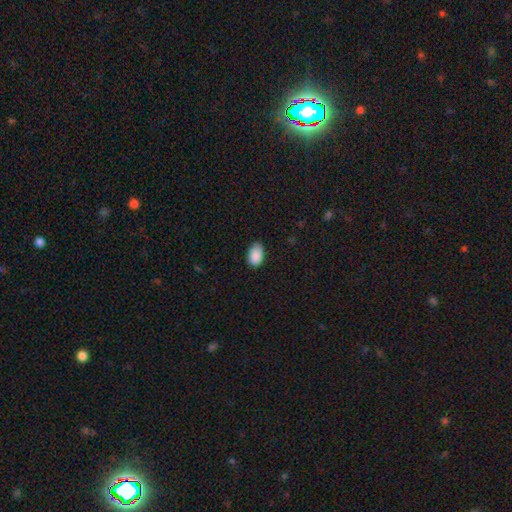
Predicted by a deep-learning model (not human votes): Smooth or featured: smooth — 89% (star or artifact — 8%)
How rounded: in between — 90% (round — 9%)
Merging: none — 73% (minor disturbance — 23%)